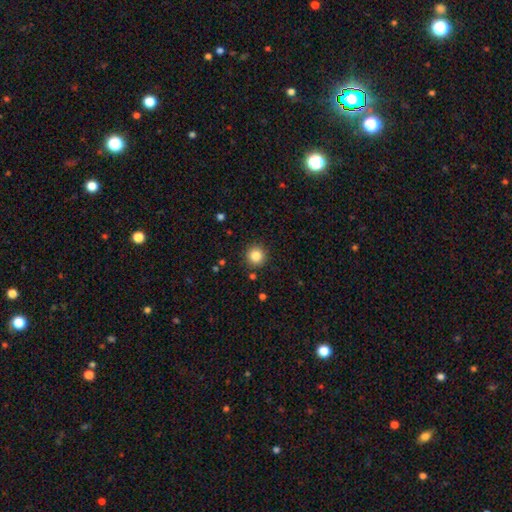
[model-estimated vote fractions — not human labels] Smooth or featured? Predicted: smooth (p=0.84). How rounded? Predicted: round (p=0.95). Merging? Predicted: none (p=0.90).